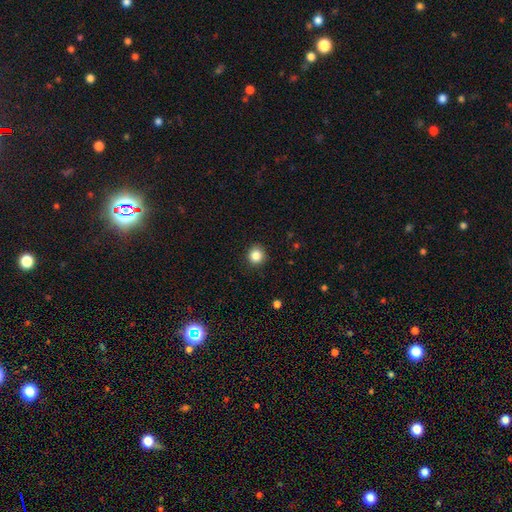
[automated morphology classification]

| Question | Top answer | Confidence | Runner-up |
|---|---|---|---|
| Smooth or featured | smooth | 85% | star or artifact (10%) |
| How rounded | round | 92% | in between (7%) |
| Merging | none | 91% | minor disturbance (6%) |